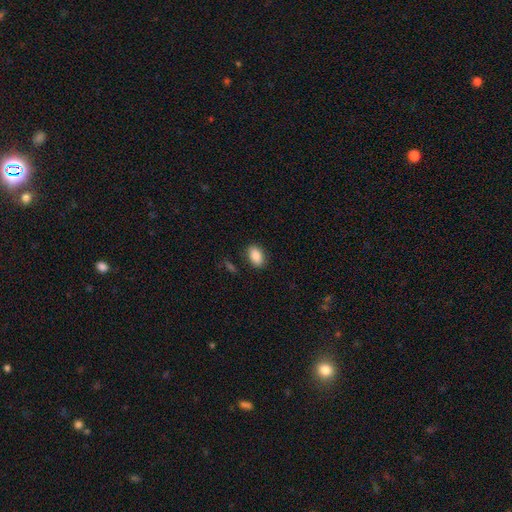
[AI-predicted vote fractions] smooth 87%, star or artifact 7%, featured or disk 6%. Down the decision tree: how rounded — in between (91%); merging — none (85%).